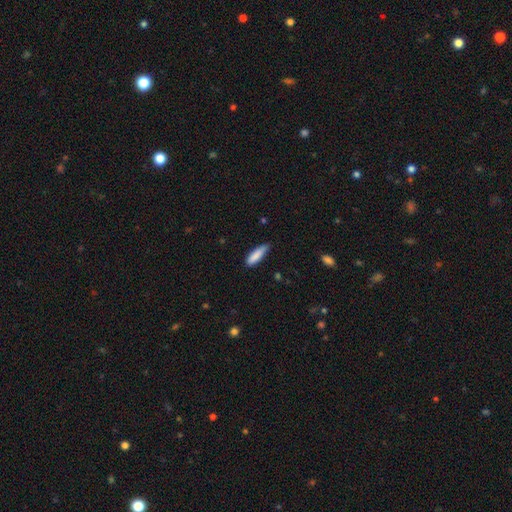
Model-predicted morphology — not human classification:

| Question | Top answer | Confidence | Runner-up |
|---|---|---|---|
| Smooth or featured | smooth | 86% | featured or disk (8%) |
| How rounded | cigar-shaped | 59% | in between (39%) |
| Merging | none | 72% | minor disturbance (24%) |